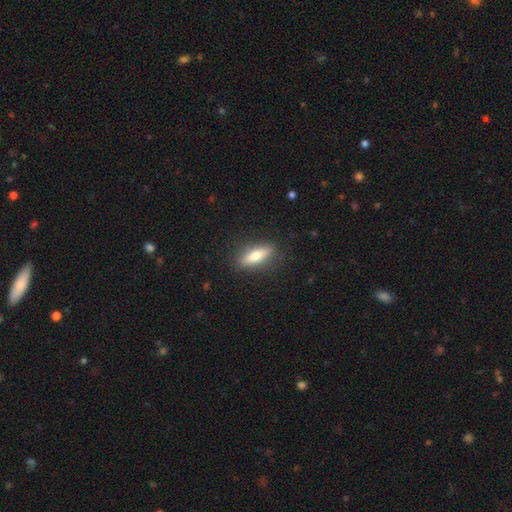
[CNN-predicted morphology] Smooth or featured? smooth (69%)
How rounded? cigar-shaped (55%)
Merging? none (87%)